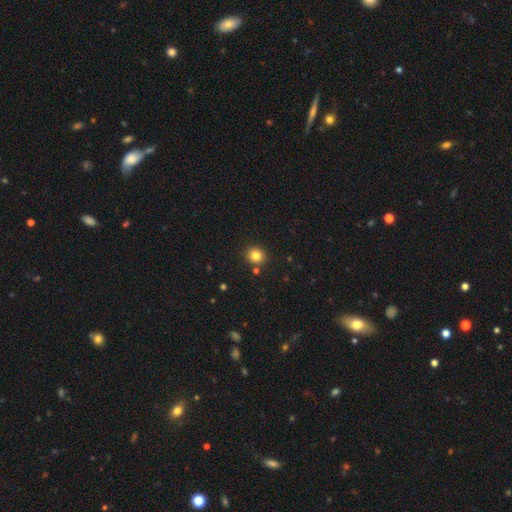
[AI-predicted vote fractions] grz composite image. It shows a smooth galaxy with no disk features (82%) that is round (88%). Merging: none (88%).